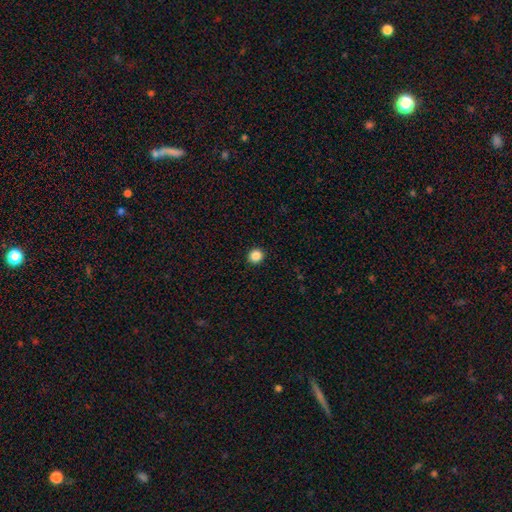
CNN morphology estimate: Smooth or featured?
  - smooth: 87% *
  - star or artifact: 10%
  - featured or disk: 3%
How rounded?
  - round: 89% *
  - in between: 10%
  - cigar-shaped: 1%
Merging?
  - none: 93% *
  - minor disturbance: 4%
  - major disturbance: 2%
  - merger: 1%